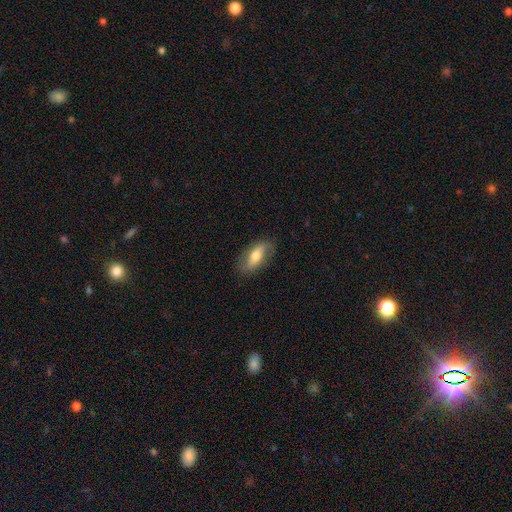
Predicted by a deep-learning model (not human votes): featured or disk 47% (tied), smooth 47% (tied), star or artifact 6%. Down the decision tree: merging — none (79%).